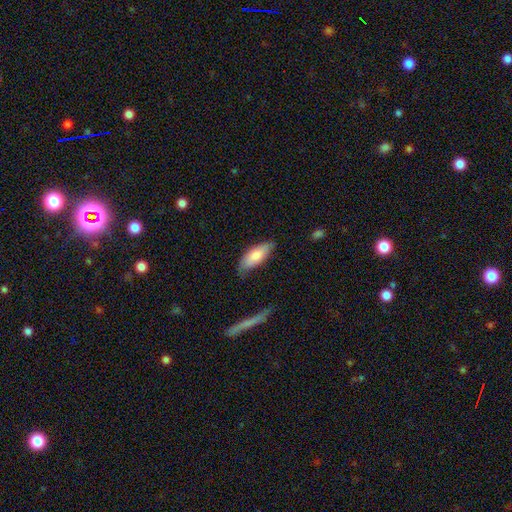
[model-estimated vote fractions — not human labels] A smooth galaxy with no disk features (79%) that is in between round and cigar-shaped (77%).

Vote fractions:
- Smooth or featured? smooth: 79% / featured or disk: 15% / star or artifact: 6%
- How rounded? in between: 77% / cigar-shaped: 21% / round: 2%
- Merging? none: 72% / minor disturbance: 22% / major disturbance: 4% / merger: 2%